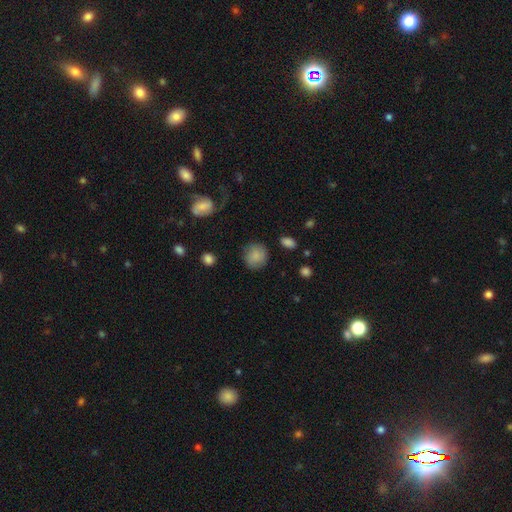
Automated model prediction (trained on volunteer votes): A smooth galaxy with no disk features (84%) that is round (86%). Merging: none (83%).